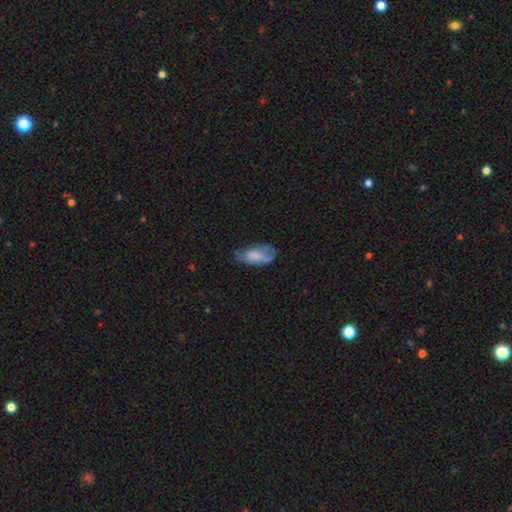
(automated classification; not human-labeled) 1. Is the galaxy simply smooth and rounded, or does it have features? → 56% smooth, 36% featured or disk, 8% star or artifact.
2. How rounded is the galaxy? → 90% in between, 7% cigar-shaped, 3% round.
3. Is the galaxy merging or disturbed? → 45% none, 31% minor disturbance, 21% major disturbance, 3% merger.